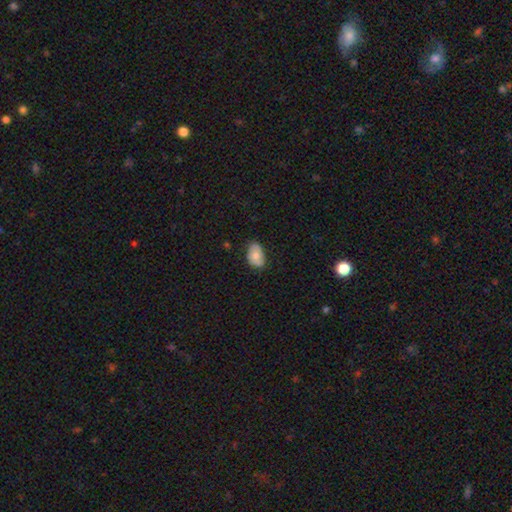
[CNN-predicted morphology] A smooth galaxy with no disk features (70%) that is in between round and cigar-shaped (85%).

Vote fractions:
- Smooth or featured? smooth: 70% / featured or disk: 23% / star or artifact: 7%
- How rounded? in between: 85% / round: 13% / cigar-shaped: 1%
- Merging? none: 70% / minor disturbance: 25% / major disturbance: 4% / merger: 1%